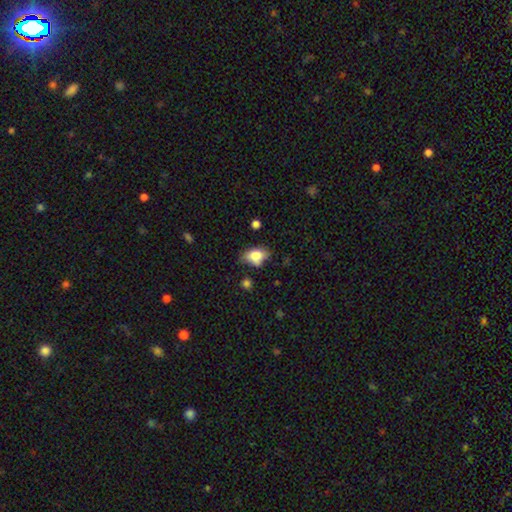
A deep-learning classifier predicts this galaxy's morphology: A smooth galaxy with no disk features (78%) that is in between round and cigar-shaped (83%). Merging: none (53%).